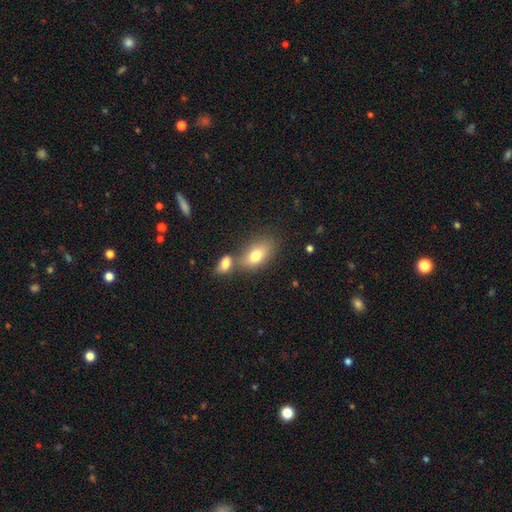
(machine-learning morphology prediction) Smooth or featured? smooth (77%)
How rounded? in between (89%)
Merging? none (48%)